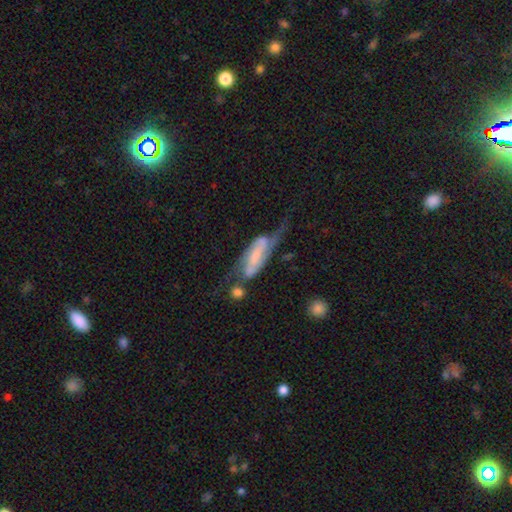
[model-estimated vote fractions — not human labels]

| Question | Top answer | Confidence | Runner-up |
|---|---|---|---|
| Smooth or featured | featured or disk | 70% | smooth (23%) |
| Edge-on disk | no | 76% | yes (24%) |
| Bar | strong | 43% | weak (30%) |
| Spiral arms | yes | 80% | no (20%) |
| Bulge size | small | 33% | none (32%) |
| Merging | none | 34% | major disturbance (30%) |